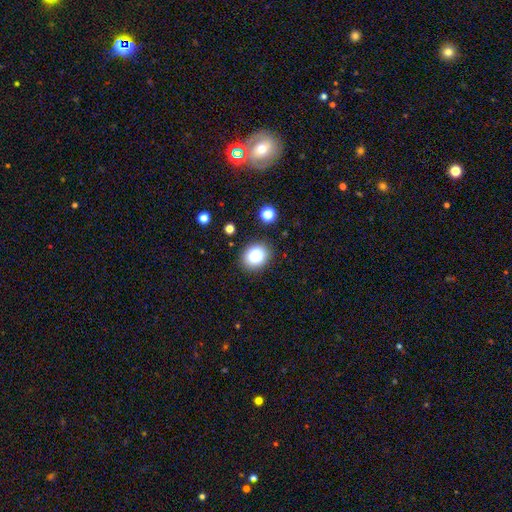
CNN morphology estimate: smooth-or-featured: smooth: 84% | star or artifact: 11% | featured or disk: 6%
  how-rounded: round: 64% | in between: 35% | cigar-shaped: 1%
  merging: none: 83% | minor disturbance: 11% | major disturbance: 3% | merger: 3%